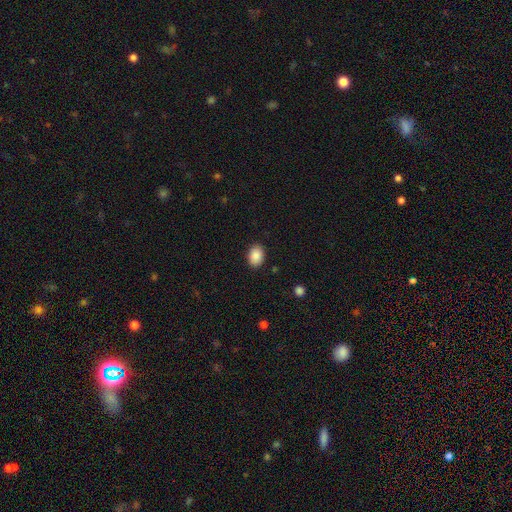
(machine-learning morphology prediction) Smooth or featured: smooth — 89% (star or artifact — 8%)
How rounded: in between — 77% (round — 22%)
Merging: none — 88% (minor disturbance — 9%)